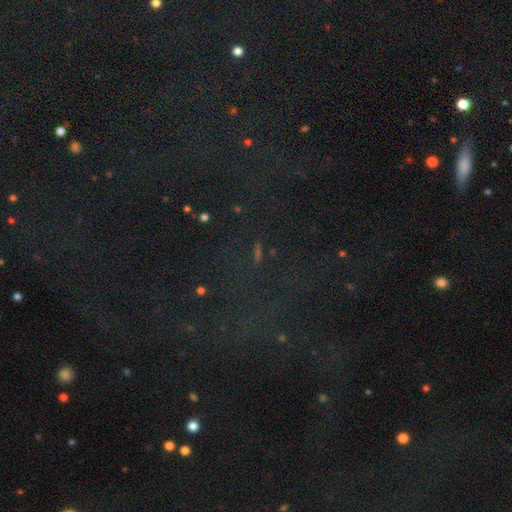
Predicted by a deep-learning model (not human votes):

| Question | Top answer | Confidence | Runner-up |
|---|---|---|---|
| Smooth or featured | star or artifact | 70% | smooth (18%) |